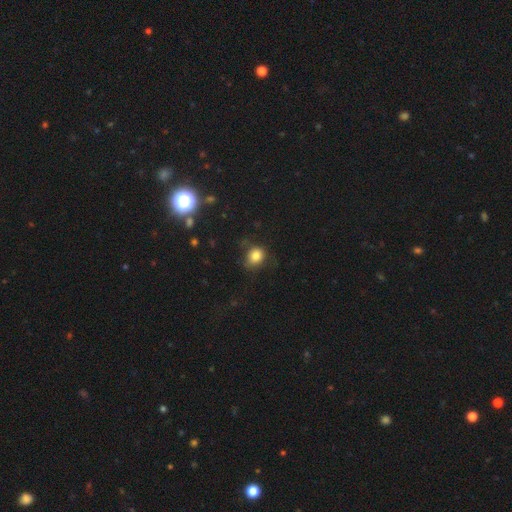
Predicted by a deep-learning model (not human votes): Morphology: type=smooth (82%); roundness=round (64%); merging=none (67%).